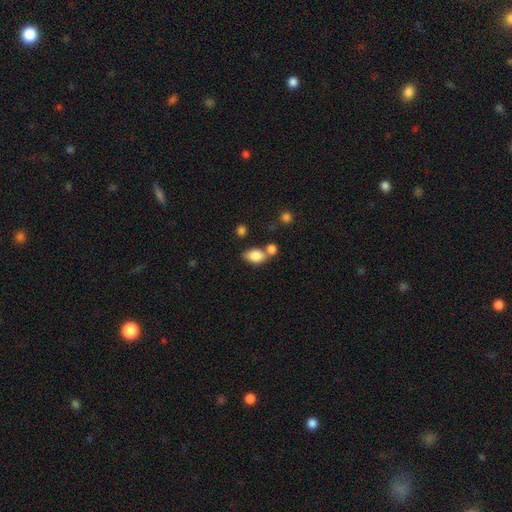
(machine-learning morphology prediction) A smooth galaxy with no disk features (83%) that is in between round and cigar-shaped (85%).

Vote fractions:
- Smooth or featured? smooth: 83% / featured or disk: 9% / star or artifact: 8%
- How rounded? in between: 85% / round: 13% / cigar-shaped: 2%
- Merging? none: 49% / merger: 33% / minor disturbance: 14% / major disturbance: 5%